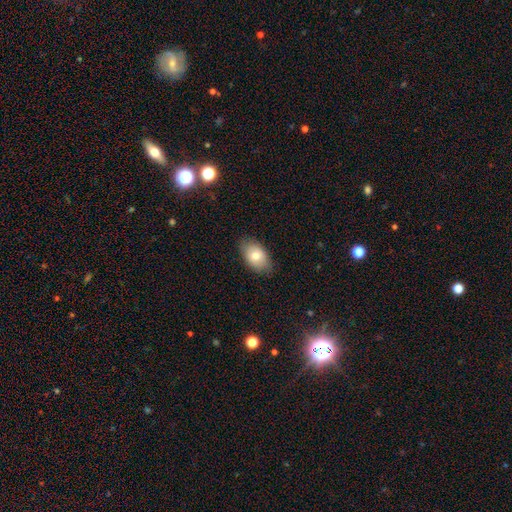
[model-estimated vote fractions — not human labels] Smooth or featured?
  - smooth: 75% *
  - featured or disk: 18%
  - star or artifact: 7%
How rounded?
  - in between: 89% *
  - round: 9%
  - cigar-shaped: 2%
Merging?
  - none: 82% *
  - minor disturbance: 15%
  - major disturbance: 3%
  - merger: 1%